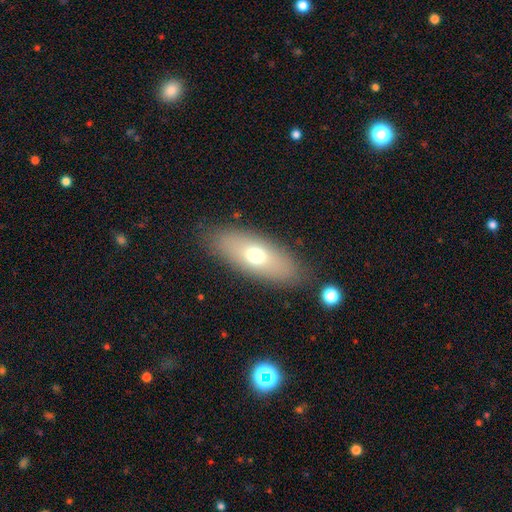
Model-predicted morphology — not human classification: smooth_or_featured: smooth (p=0.66) [alt: featured or disk p=0.25]
how_rounded: in between (p=0.78) [alt: cigar-shaped p=0.18]
merging: none (p=0.84) [alt: minor disturbance p=0.10]